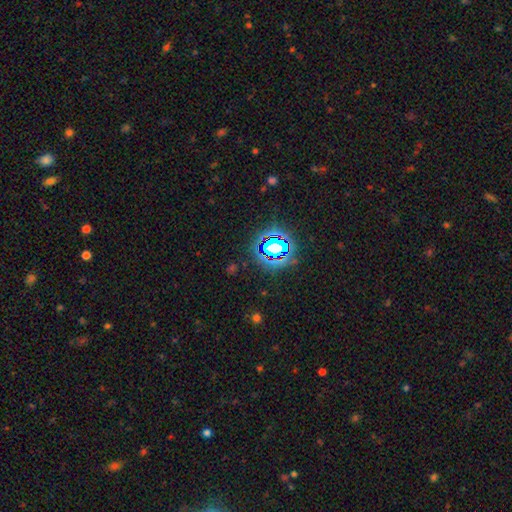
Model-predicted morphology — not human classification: Smooth or featured? Predicted: star or artifact (p=0.80).